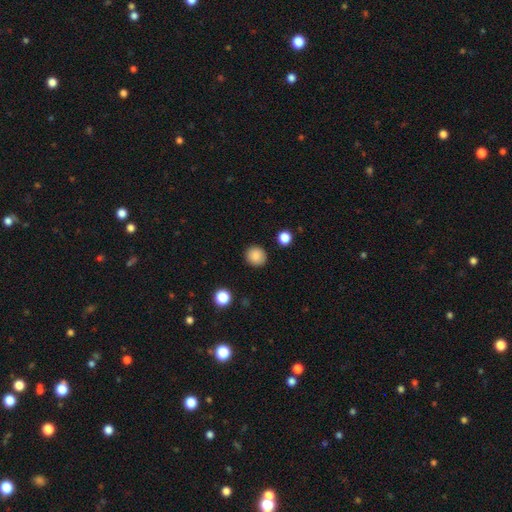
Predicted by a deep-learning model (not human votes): Smooth or featured? Predicted: smooth (p=0.87). How rounded? Predicted: round (p=0.92). Merging? Predicted: none (p=0.91).